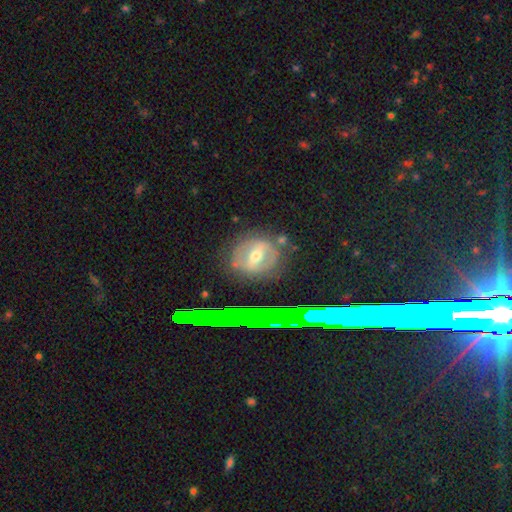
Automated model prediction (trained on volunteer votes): Smooth or featured? featured or disk (55%)
Edge-on disk? no (82%)
Merging? none (75%)